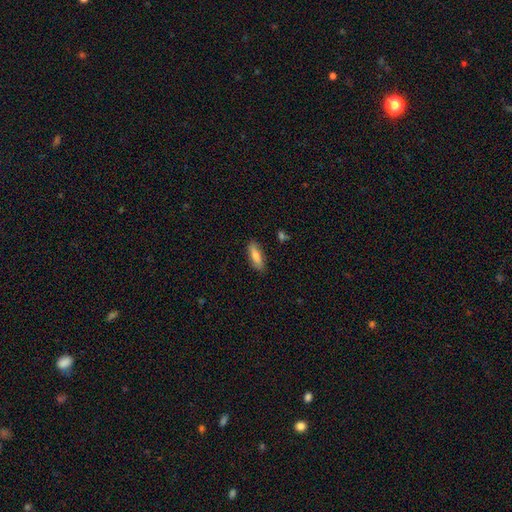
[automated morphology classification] Smooth or featured? Predicted: smooth (p=0.74). How rounded? Predicted: in between (p=0.56). Merging? Predicted: none (p=0.85).